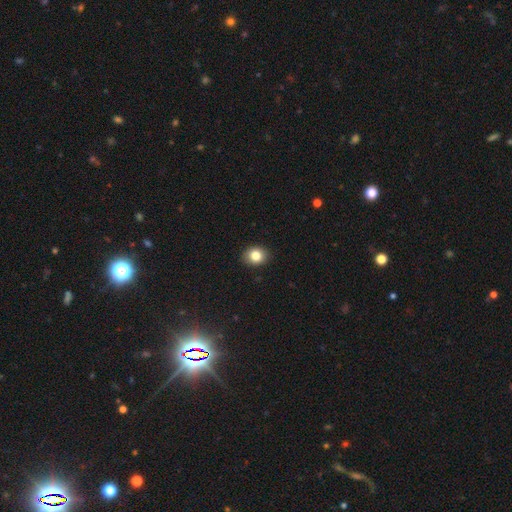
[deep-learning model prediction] This appears to be a smooth galaxy with no disk features (83%) that is round (56%). Merging: none (89%).